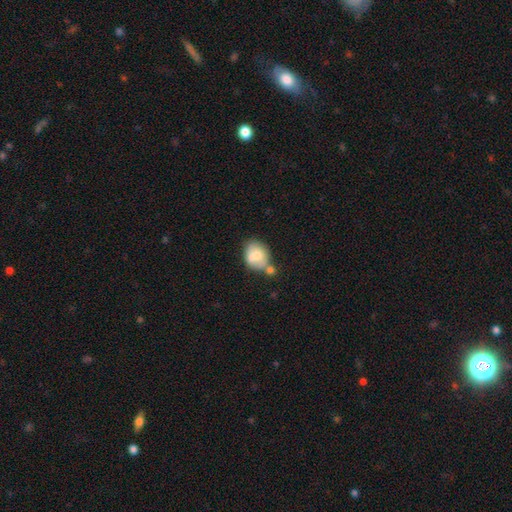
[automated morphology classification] Smooth or featured? smooth (67%)
How rounded? in between (56%)
Merging? none (38%)